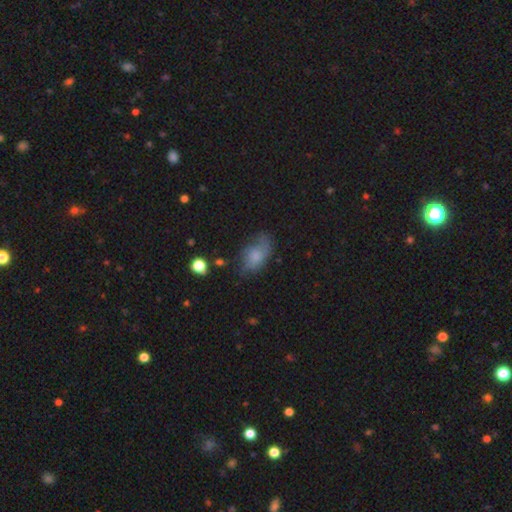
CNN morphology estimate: smooth_or_featured: smooth (p=0.59) [alt: featured or disk p=0.30]
how_rounded: in between (p=0.87) [alt: round p=0.10]
merging: none (p=0.47) [alt: minor disturbance p=0.31]